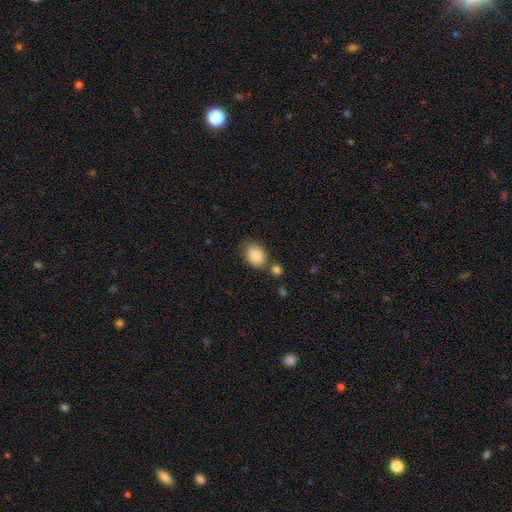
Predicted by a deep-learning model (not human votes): smooth 88%, star or artifact 8%, featured or disk 4%. Down the decision tree: how rounded — in between (75%); merging — none (66%).